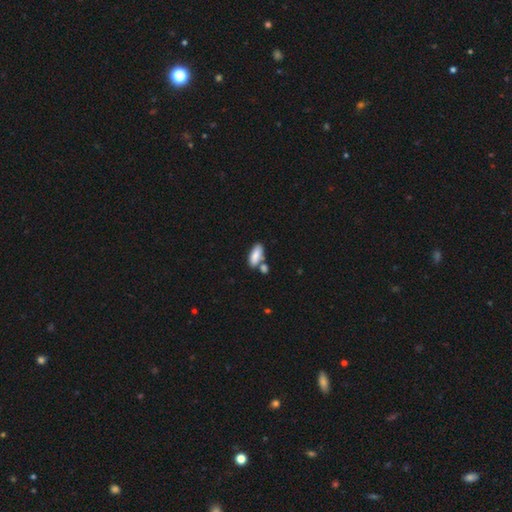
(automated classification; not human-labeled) A smooth galaxy with no disk features (83%) that is in between round and cigar-shaped (80%). Merging: none (53%).